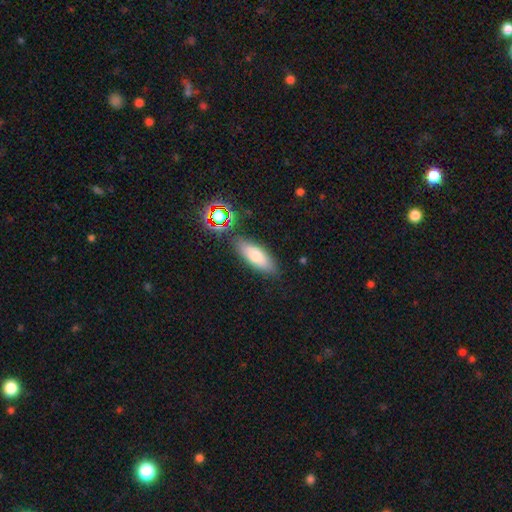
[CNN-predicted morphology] smooth-or-featured: smooth: 73% | featured or disk: 17% | star or artifact: 10%
  how-rounded: in between: 68% | cigar-shaped: 29% | round: 3%
  merging: none: 82% | minor disturbance: 11% | merger: 4% | major disturbance: 3%